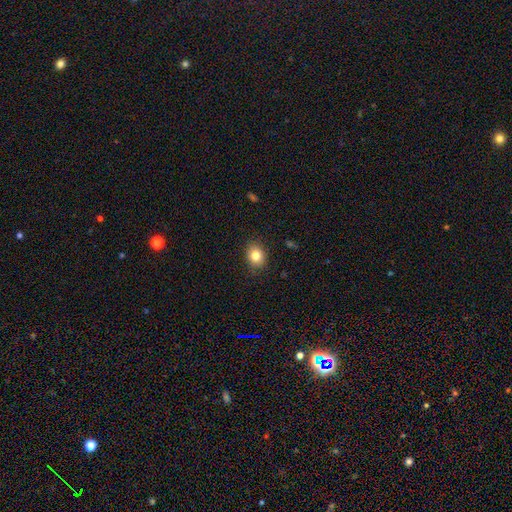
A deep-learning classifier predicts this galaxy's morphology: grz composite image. It shows a smooth galaxy with no disk features (82%) that is round (55%). Merging: none (86%).